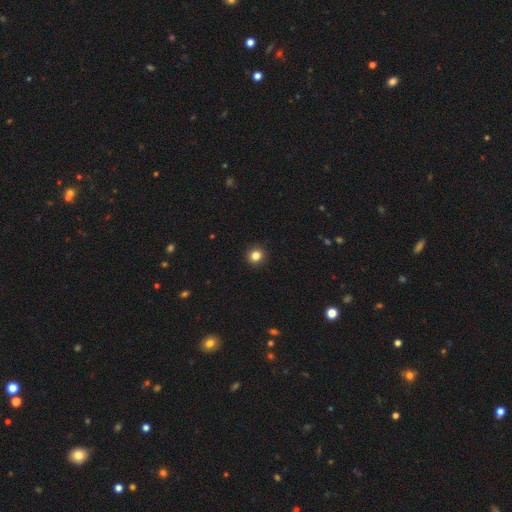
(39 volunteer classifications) Morphology: type=smooth (90%); roundness=round (91%); merging=none (97%).